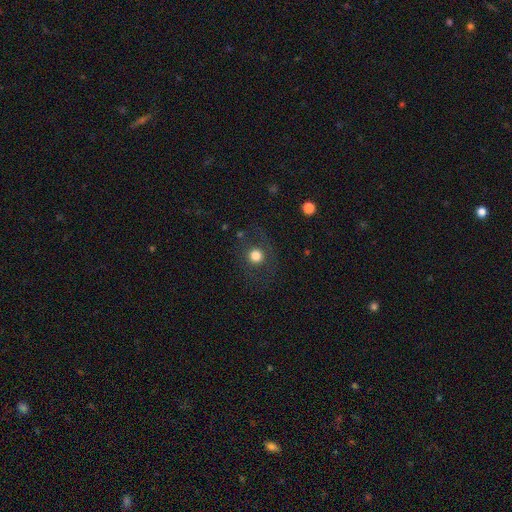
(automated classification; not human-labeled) This appears to be a smooth galaxy with no disk features (74%) that is round (91%). Merging: none (81%).